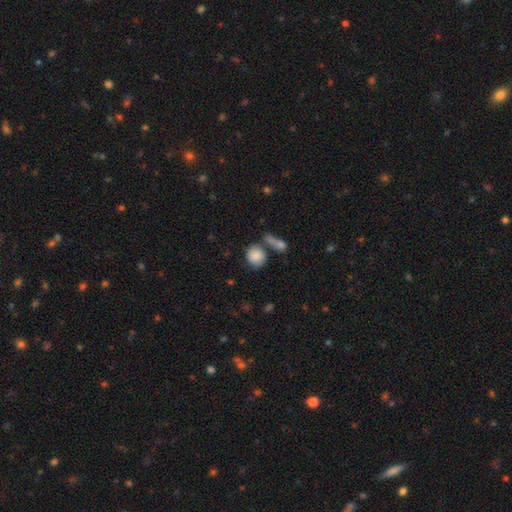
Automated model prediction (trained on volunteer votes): Smooth or featured: smooth — 84% (featured or disk — 9%)
How rounded: round — 72% (in between — 26%)
Merging: none — 47% (merger — 28%)